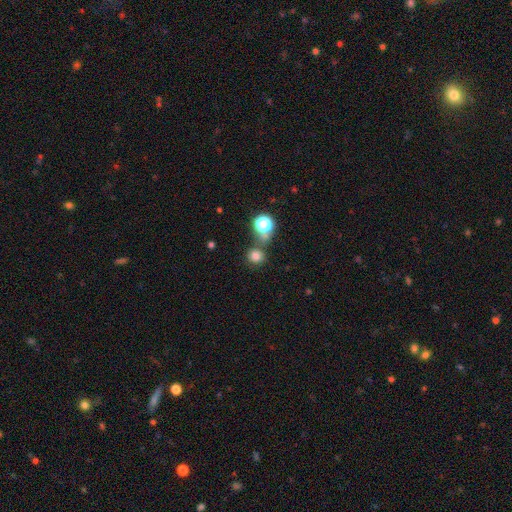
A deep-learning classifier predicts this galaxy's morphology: Smooth or featured? Predicted: smooth (p=0.76). How rounded? Predicted: round (p=0.90). Merging? Predicted: none (p=0.69).